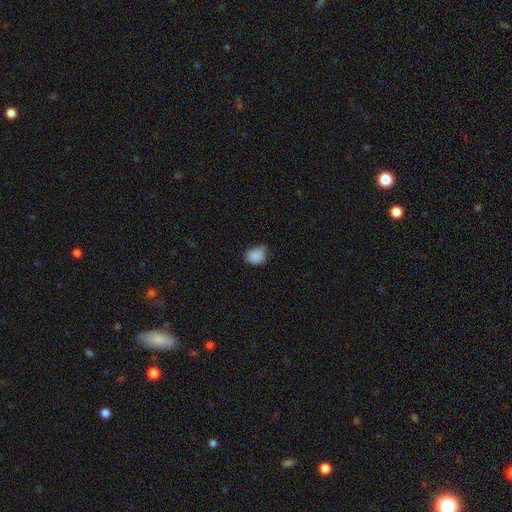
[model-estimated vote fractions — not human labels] This is clearly a smooth galaxy (86%). How rounded: possibly in between (57%). Merging: possibly none (54%).